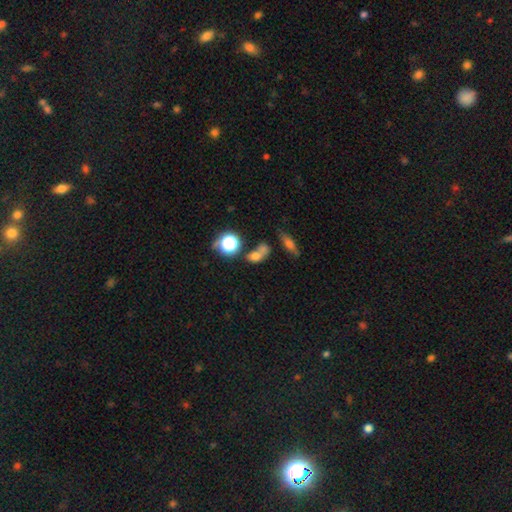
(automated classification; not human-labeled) Q: Smooth or featured?
A: smooth (66%); runner-up: star or artifact (21%)
Q: How rounded?
A: in between (52%); runner-up: round (44%)
Q: Merging?
A: merger (43%); runner-up: none (37%)